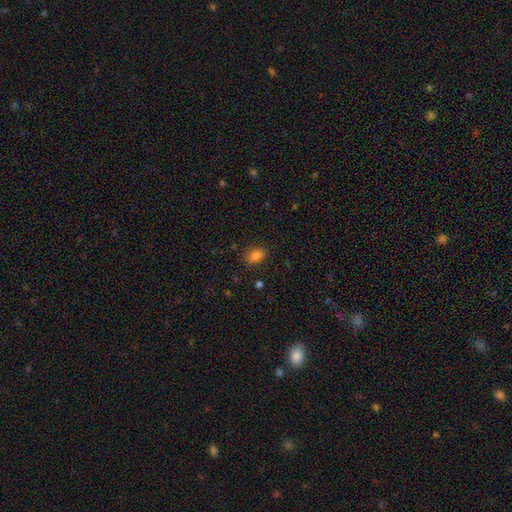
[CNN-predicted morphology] A smooth galaxy with no disk features (83%) that is in between round and cigar-shaped (82%).

Vote fractions:
- Smooth or featured? smooth: 83% / star or artifact: 11% / featured or disk: 6%
- How rounded? in between: 82% / round: 16% / cigar-shaped: 2%
- Merging? none: 85% / minor disturbance: 11% / major disturbance: 3% / merger: 1%